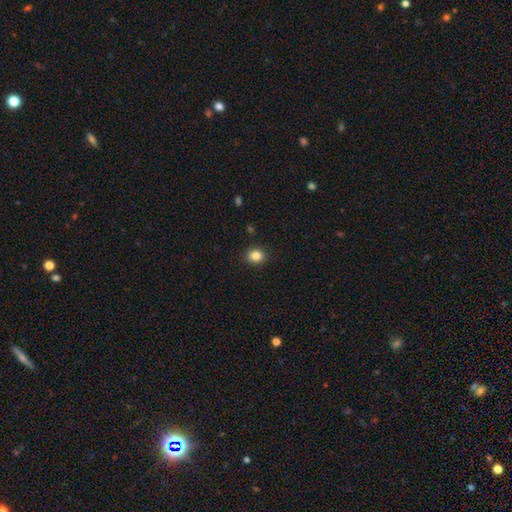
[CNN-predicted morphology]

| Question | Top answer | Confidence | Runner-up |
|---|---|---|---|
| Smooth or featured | smooth | 84% | star or artifact (11%) |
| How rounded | round | 64% | in between (35%) |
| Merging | none | 90% | minor disturbance (7%) |